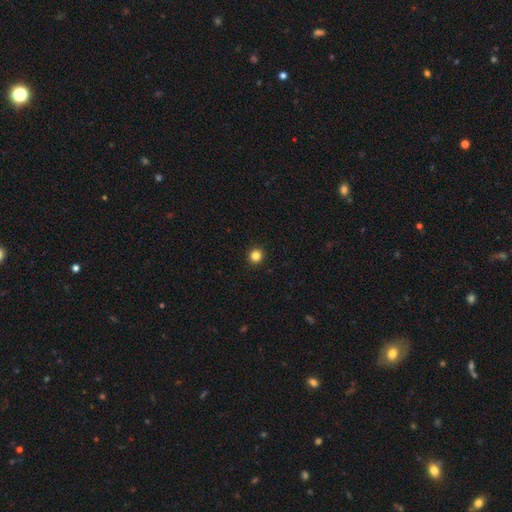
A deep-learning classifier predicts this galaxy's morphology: The model was most divided on "smooth or featured": smooth: 84%, star or artifact: 12%, featured or disk: 4%. More confident: how rounded — round (94%); merging — none (94%).